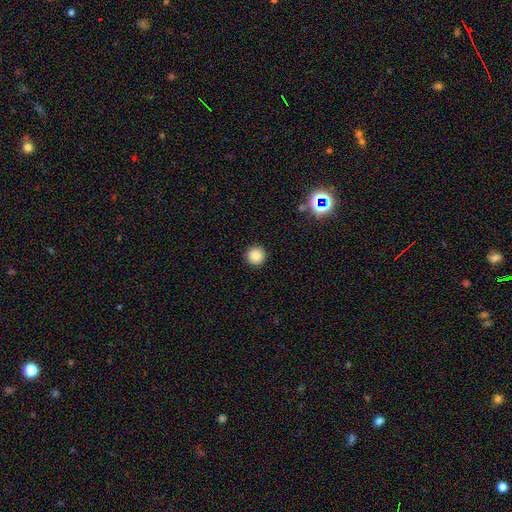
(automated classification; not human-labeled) The model was most divided on "smooth or featured": smooth: 87%, star or artifact: 10%, featured or disk: 3%. More confident: how rounded — round (96%); merging — none (93%).